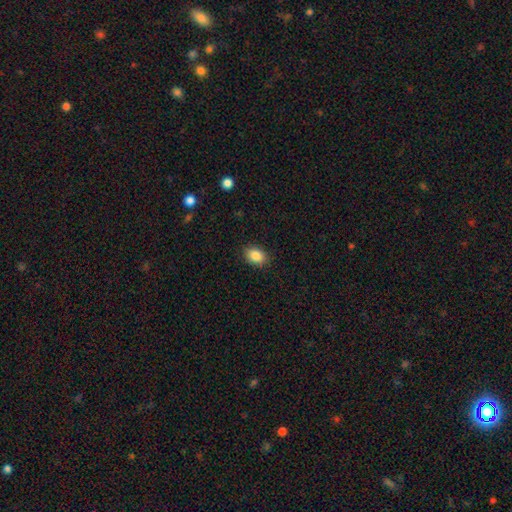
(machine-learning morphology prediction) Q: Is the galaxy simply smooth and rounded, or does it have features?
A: smooth — 87%.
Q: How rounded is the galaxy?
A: in between — 78%.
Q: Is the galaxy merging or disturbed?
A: none — 88%.